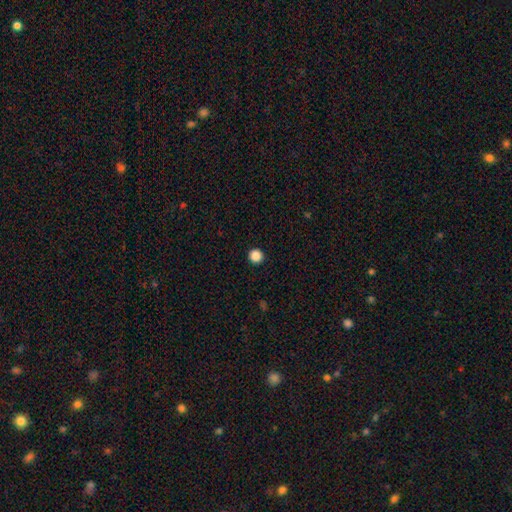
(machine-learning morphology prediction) type=smooth (87%); roundness=round (96%); merging=none (94%).